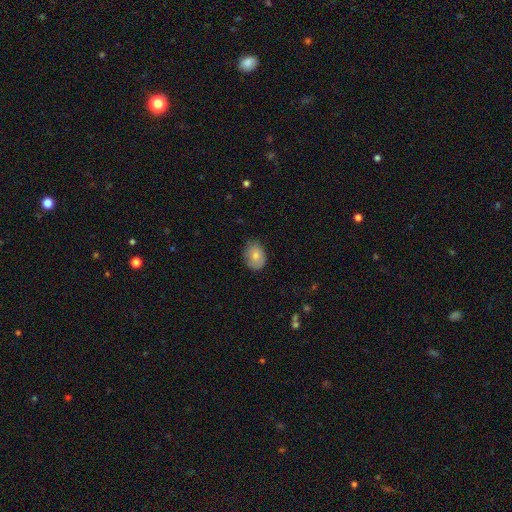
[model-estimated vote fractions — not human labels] Morphology: type=smooth (75%); roundness=in between (65%); merging=none (72%).